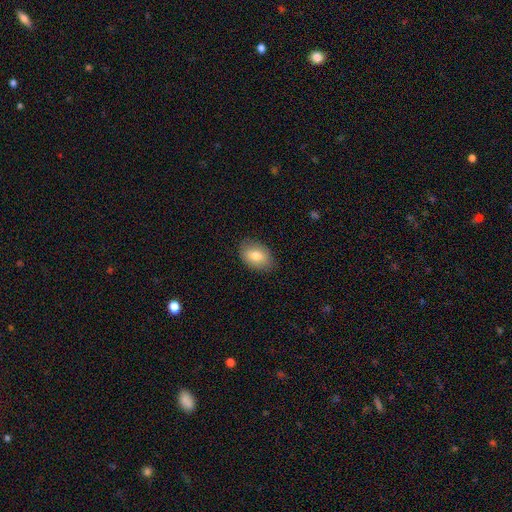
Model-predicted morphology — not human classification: Overall: smooth (80%). How rounded: in between (86%). Merging: none (84%).